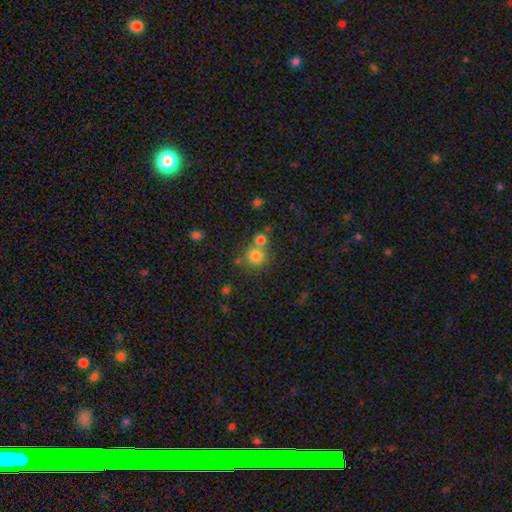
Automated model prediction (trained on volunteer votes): Overall: smooth (78%). How rounded: round (89%). Merging: none (56%; merger 32%).